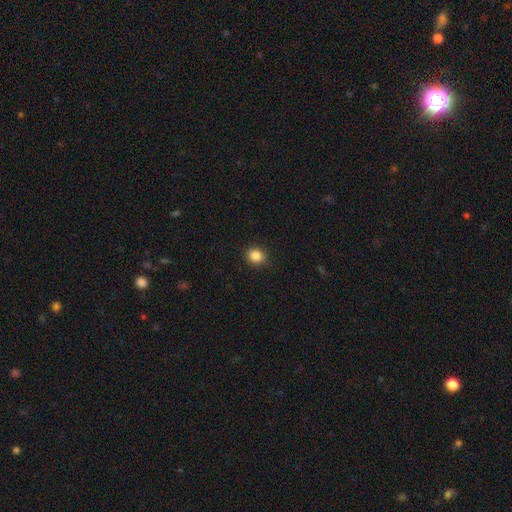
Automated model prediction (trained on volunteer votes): This is clearly a smooth galaxy (86%). How rounded: likely round (65%). Merging: clearly none (89%).